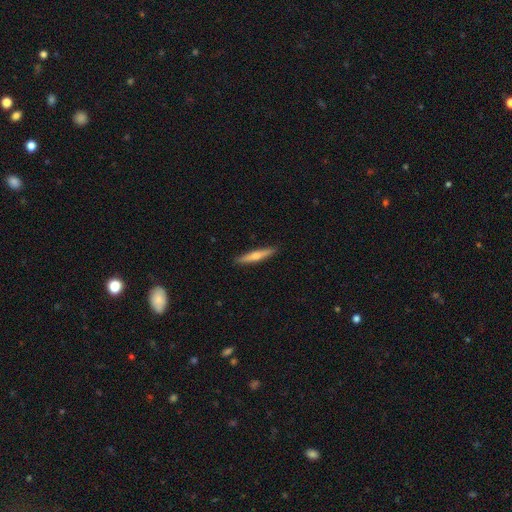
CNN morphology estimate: smooth_or_featured: smooth (p=0.54) [alt: featured or disk p=0.40]
how_rounded: cigar-shaped (p=0.92) [alt: in between p=0.07]
merging: none (p=0.91) [alt: minor disturbance p=0.07]